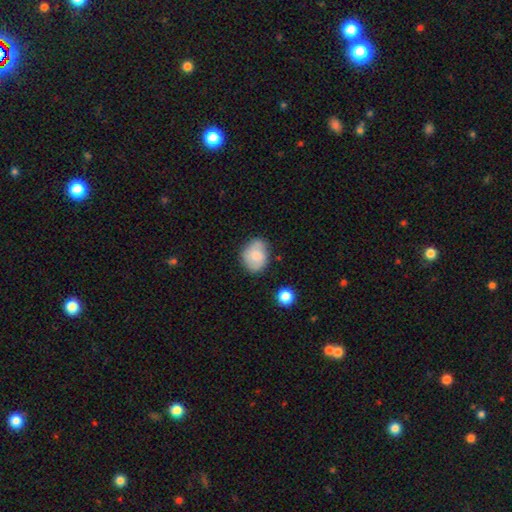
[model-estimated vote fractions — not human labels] Smooth or featured?
  - smooth: 74% *
  - featured or disk: 19%
  - star or artifact: 8%
How rounded?
  - in between: 52% *
  - round: 47%
  - cigar-shaped: 1%
Merging?
  - none: 67% *
  - minor disturbance: 24%
  - major disturbance: 5%
  - merger: 4%